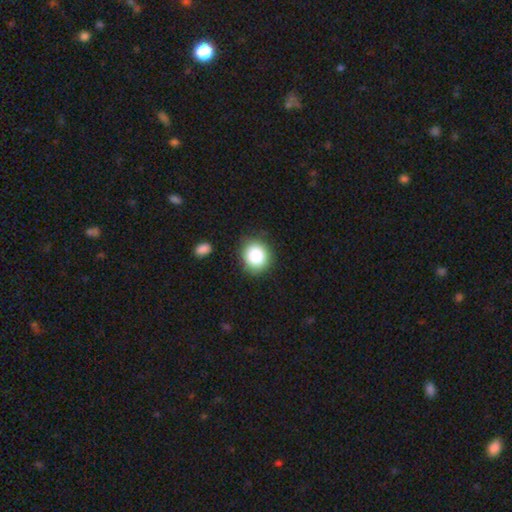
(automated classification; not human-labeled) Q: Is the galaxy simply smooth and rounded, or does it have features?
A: smooth — 84%.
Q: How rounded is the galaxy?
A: round — 83%.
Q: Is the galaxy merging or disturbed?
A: none — 86%.